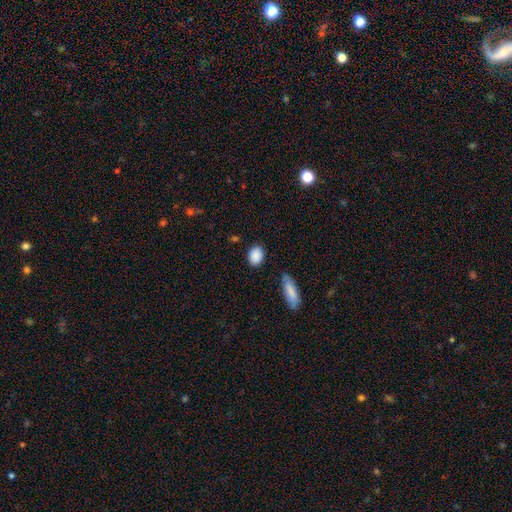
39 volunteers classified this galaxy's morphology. A smooth galaxy with no disk features (90%) that is in between round and cigar-shaped (66%). Merging: none (83%).